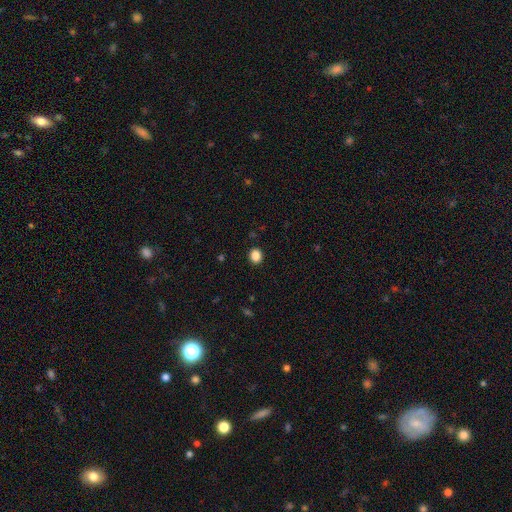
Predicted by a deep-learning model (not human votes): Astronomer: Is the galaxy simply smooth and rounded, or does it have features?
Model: smooth — 86%.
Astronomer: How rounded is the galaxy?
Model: round — 76%.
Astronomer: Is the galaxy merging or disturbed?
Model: none — 92%.